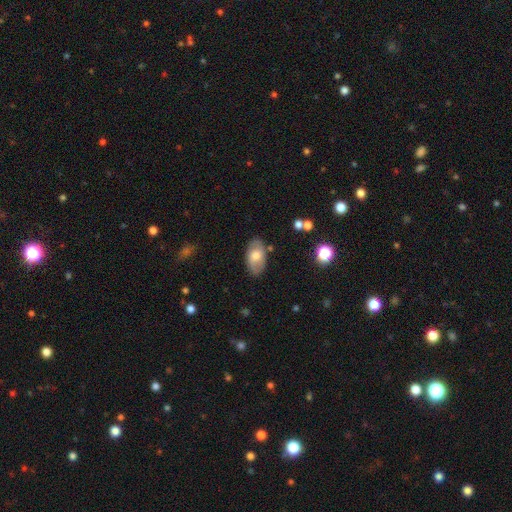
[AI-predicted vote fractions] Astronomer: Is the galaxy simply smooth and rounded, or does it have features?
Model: smooth — 65%.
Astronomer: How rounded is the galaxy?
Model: in between — 93%.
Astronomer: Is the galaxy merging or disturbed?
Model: none — 79%.